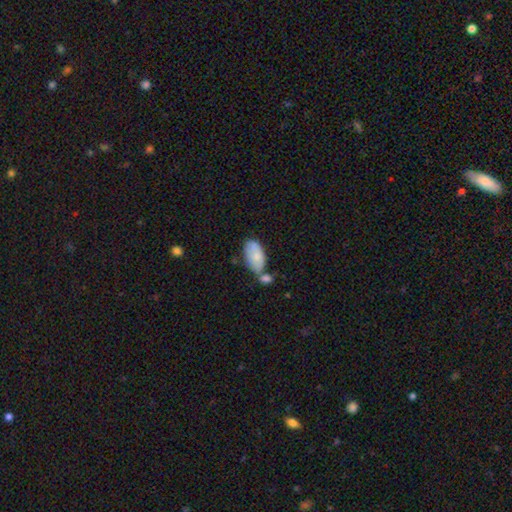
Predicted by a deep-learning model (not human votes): smooth-or-featured: smooth: 76% | featured or disk: 18% | star or artifact: 6%
  how-rounded: in between: 94% | round: 3% | cigar-shaped: 3%
  merging: none: 38% | merger: 33% | minor disturbance: 22% | major disturbance: 7%